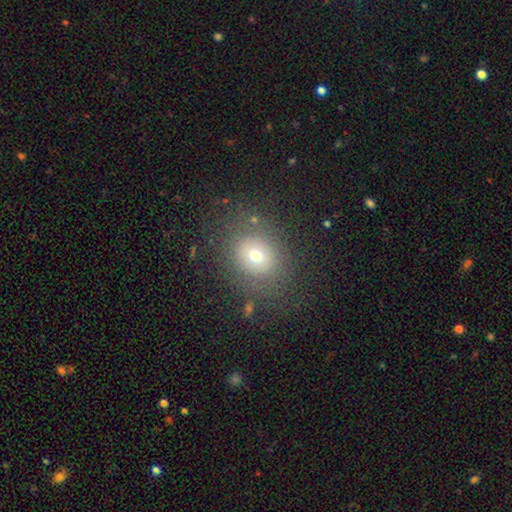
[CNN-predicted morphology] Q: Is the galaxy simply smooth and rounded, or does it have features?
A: smooth — 66%.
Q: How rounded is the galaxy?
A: round — 66%.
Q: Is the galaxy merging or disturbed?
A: none — 78%.